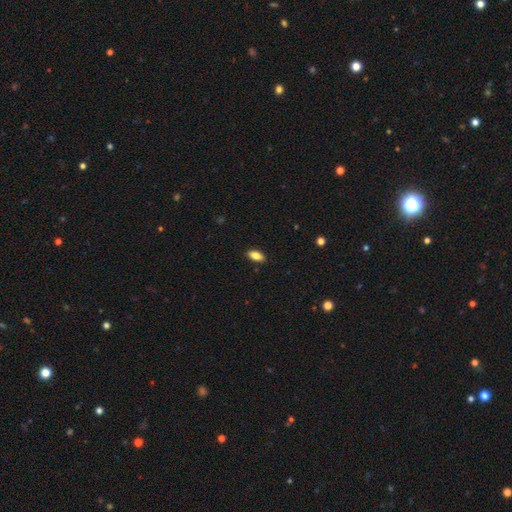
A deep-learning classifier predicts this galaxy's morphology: Smooth or featured? smooth (83%)
How rounded? in between (89%)
Merging? none (89%)